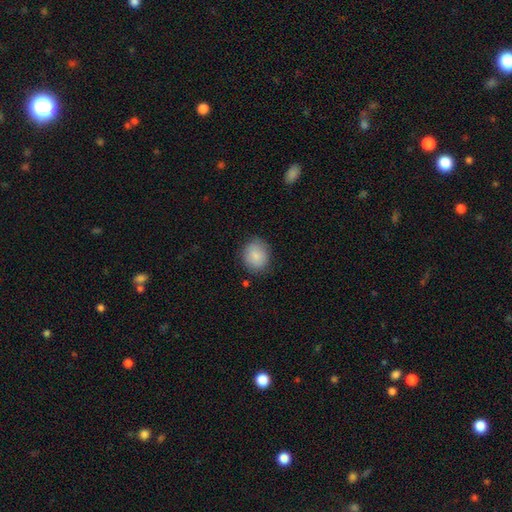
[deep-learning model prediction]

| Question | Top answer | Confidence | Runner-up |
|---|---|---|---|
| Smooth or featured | smooth | 86% | star or artifact (8%) |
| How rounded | round | 70% | in between (29%) |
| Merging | none | 81% | minor disturbance (14%) |